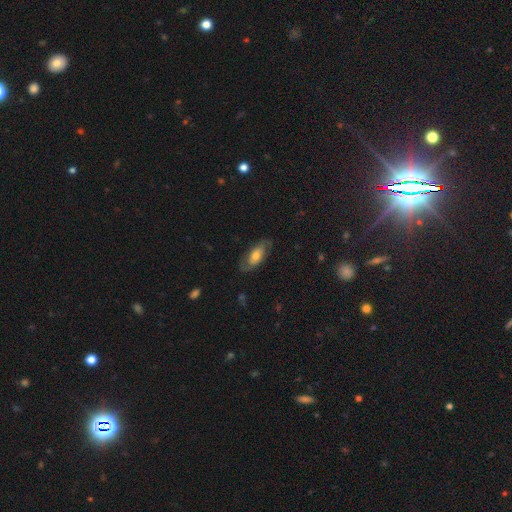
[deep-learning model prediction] This appears to be a featured or disk galaxy (58%). Merging: none (77%).